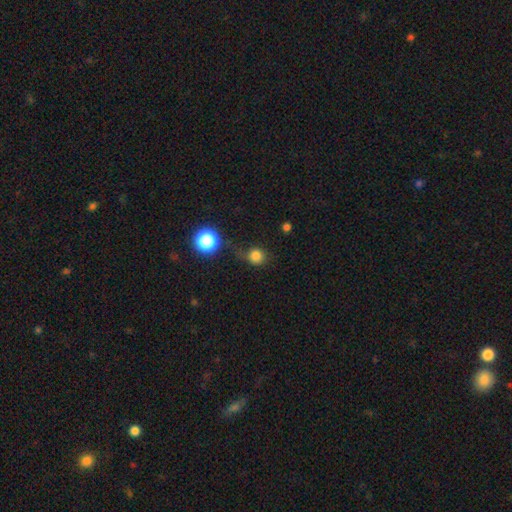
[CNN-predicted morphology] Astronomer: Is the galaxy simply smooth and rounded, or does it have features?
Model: smooth — 80%.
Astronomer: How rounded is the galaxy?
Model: round — 88%.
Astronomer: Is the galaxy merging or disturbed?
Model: none — 62%.